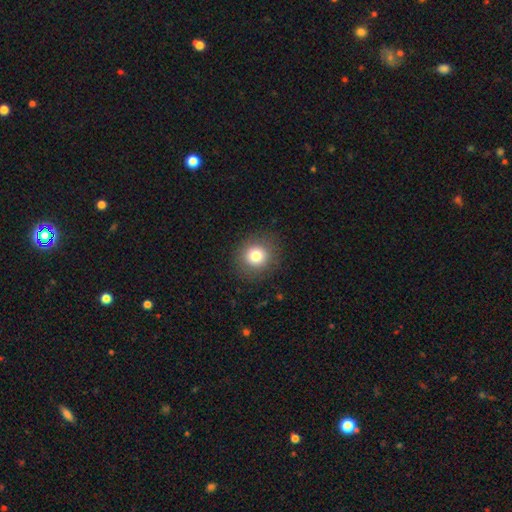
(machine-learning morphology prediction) Smooth or featured: smooth — 79% (star or artifact — 11%)
How rounded: round — 89% (in between — 11%)
Merging: none — 88% (minor disturbance — 8%)